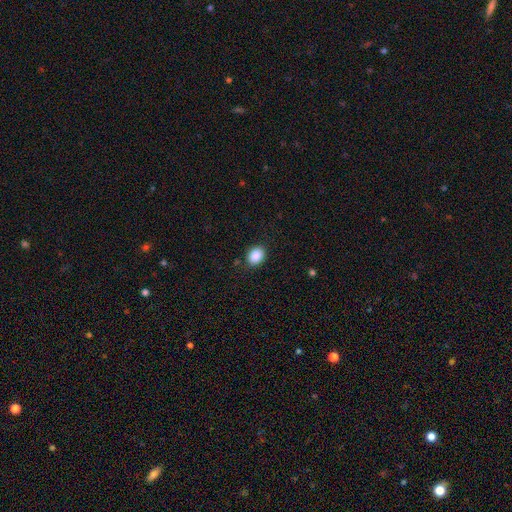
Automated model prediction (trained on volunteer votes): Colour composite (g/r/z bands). It shows a smooth galaxy with no disk features (88%) that is in between round and cigar-shaped (61%). Merging: none (87%).